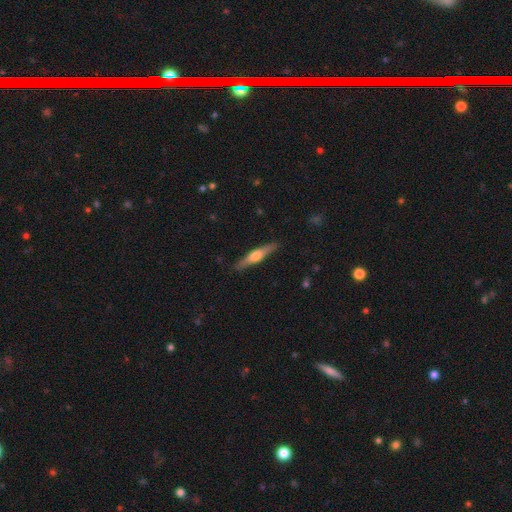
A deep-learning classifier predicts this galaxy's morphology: Q: Smooth or featured?
A: featured or disk (62%); runner-up: smooth (33%)
Q: Edge-on disk?
A: yes (97%); runner-up: no (3%)
Q: Edge-on bulge?
A: rounded (89%); runner-up: boxy (7%)
Q: Merging?
A: none (89%); runner-up: minor disturbance (8%)